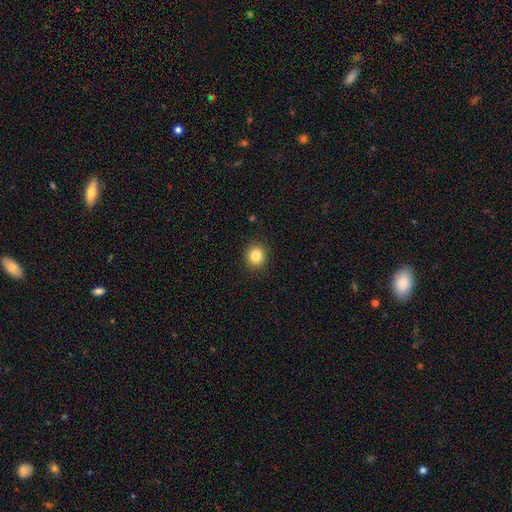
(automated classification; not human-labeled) A smooth galaxy with no disk features (84%) that is round (84%). Merging: none (91%).